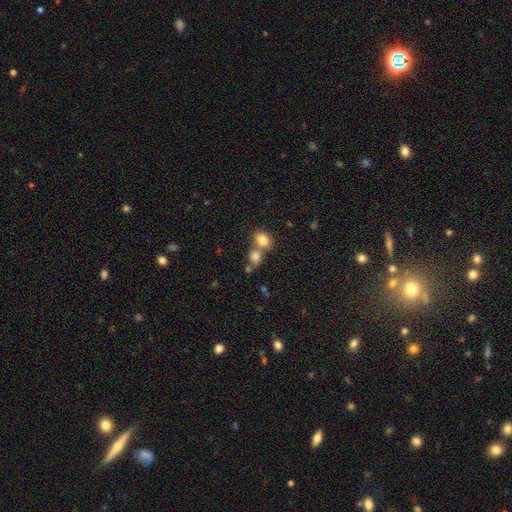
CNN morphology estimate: Smooth or featured?
  - smooth: 76% *
  - star or artifact: 14%
  - featured or disk: 9%
How rounded?
  - round: 62% *
  - in between: 37%
  - cigar-shaped: 2%
Merging?
  - merger: 45% *
  - none: 44%
  - minor disturbance: 8%
  - major disturbance: 3%